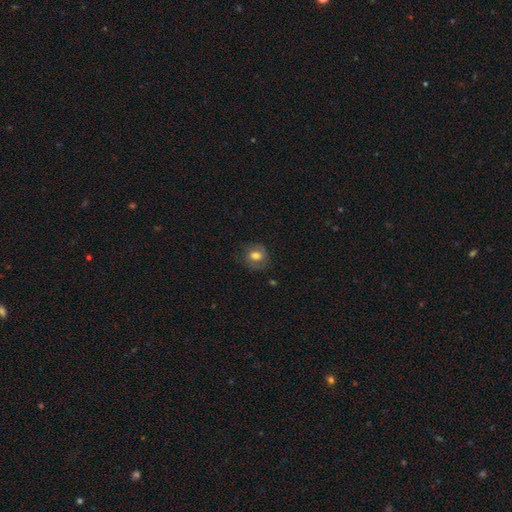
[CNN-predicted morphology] This appears to be a smooth galaxy with no disk features (62%) that is round (59%). Merging: none (70%).